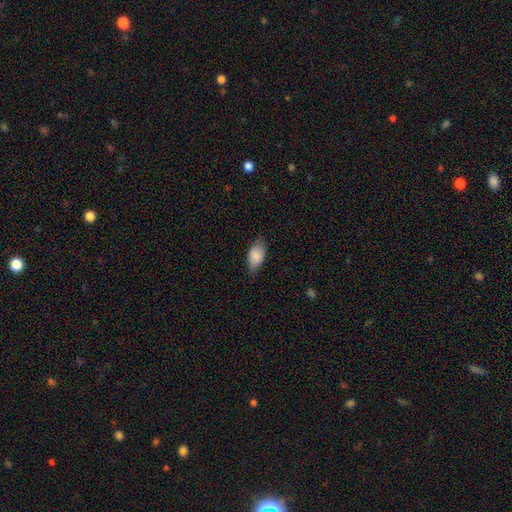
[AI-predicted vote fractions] smooth_or_featured: smooth (p=0.85) [alt: featured or disk p=0.08]
how_rounded: in between (p=0.92) [alt: round p=0.05]
merging: none (p=0.73) [alt: minor disturbance p=0.21]